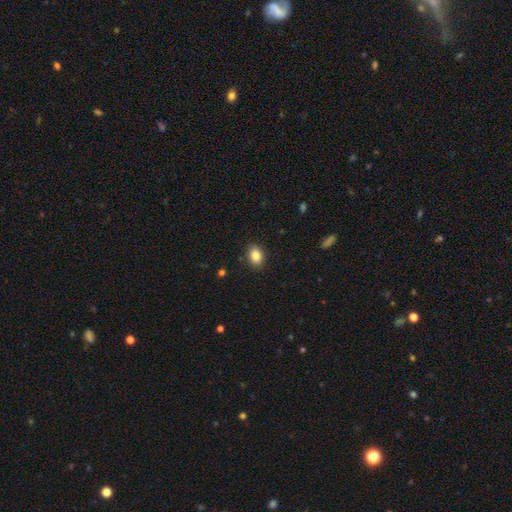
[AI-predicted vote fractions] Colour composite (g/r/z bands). It shows a smooth galaxy with no disk features (85%) that is in between round and cigar-shaped (76%). Merging: none (89%).